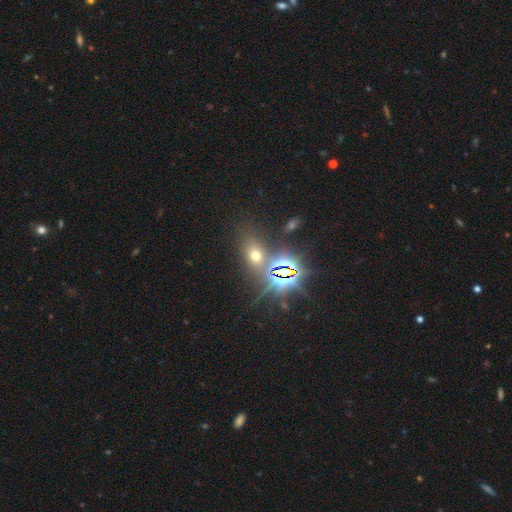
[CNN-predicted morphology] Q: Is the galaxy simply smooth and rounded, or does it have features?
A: smooth — 45%.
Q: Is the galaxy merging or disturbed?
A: none — 72%.